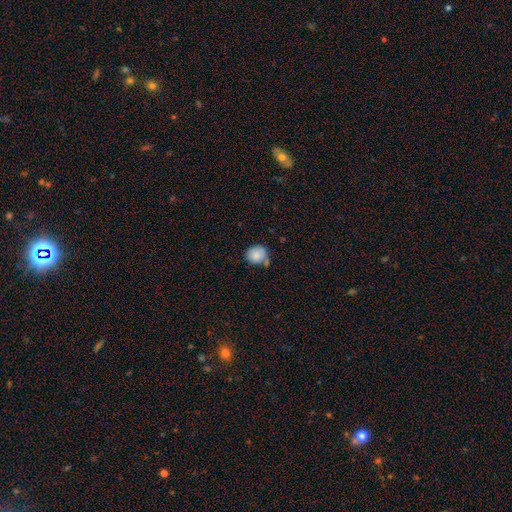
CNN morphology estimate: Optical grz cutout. It shows a smooth galaxy with no disk features (84%) that is round (79%). Merging: none (56%).